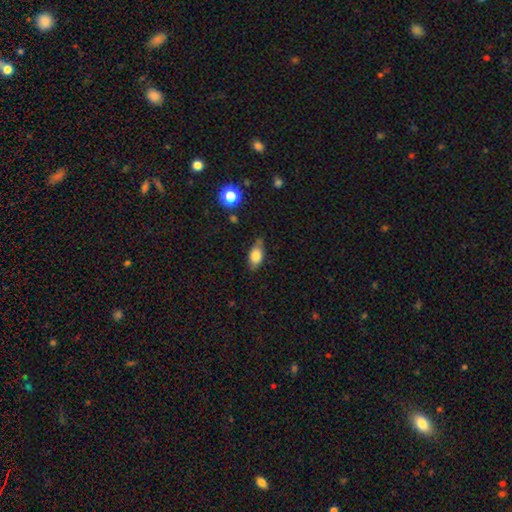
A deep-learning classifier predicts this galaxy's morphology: Smooth or featured? smooth (78%)
How rounded? in between (86%)
Merging? none (68%)